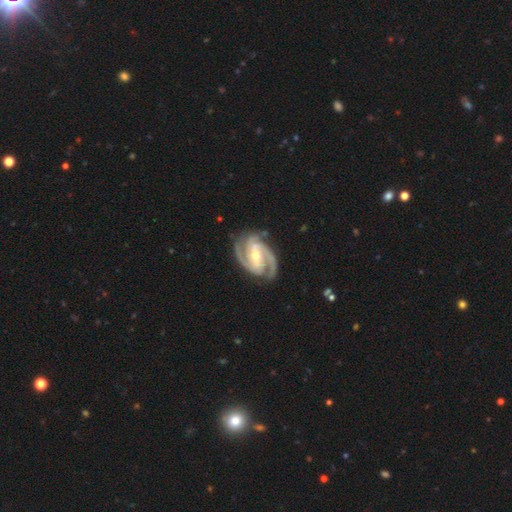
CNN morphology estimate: Q: Smooth or featured?
A: featured or disk (94%); runner-up: star or artifact (3%)
Q: Edge-on disk?
A: no (98%); runner-up: yes (2%)
Q: Bar?
A: weak (42%); runner-up: strong (38%)
Q: Spiral arms?
A: yes (99%); runner-up: no (1%)
Q: Spiral winding?
A: tight (50%); runner-up: medium (44%)
Q: Spiral arm count?
A: 3 (48%); runner-up: 2 (35%)
Q: Bulge size?
A: moderate (52%); runner-up: small (44%)
Q: Merging?
A: none (78%); runner-up: minor disturbance (16%)